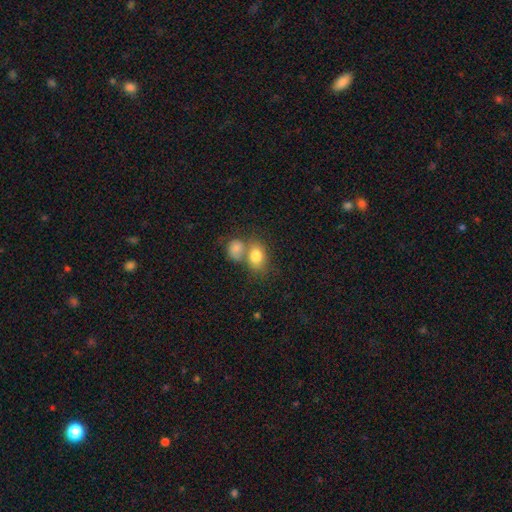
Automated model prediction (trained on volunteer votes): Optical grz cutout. It shows a smooth galaxy with no disk features (79%) that is in between round and cigar-shaped (64%). Merging: merger (51%).